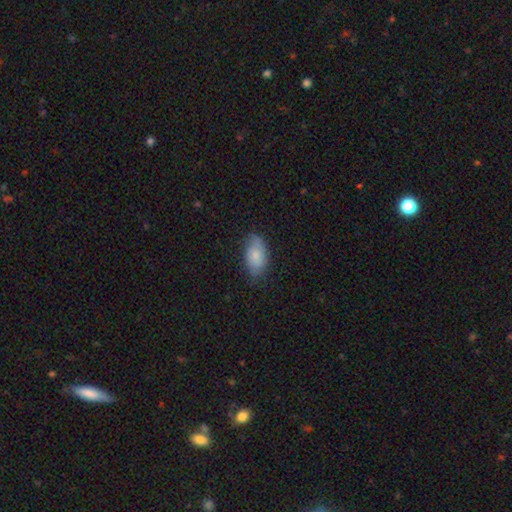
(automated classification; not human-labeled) This is likely a smooth galaxy (77%). How rounded: clearly in between (93%). Merging: likely none (71%).